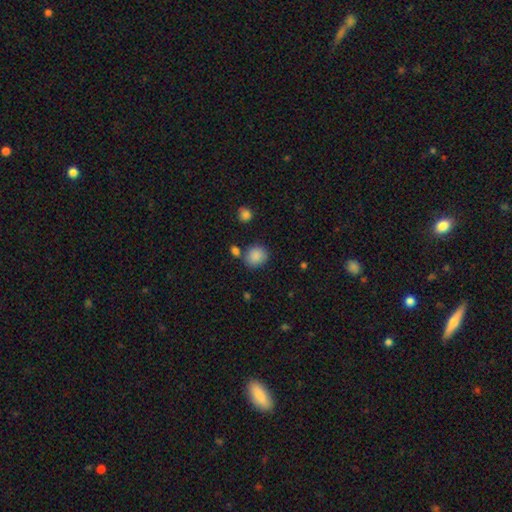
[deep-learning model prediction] Smooth or featured? smooth (87%)
How rounded? round (76%)
Merging? none (74%)